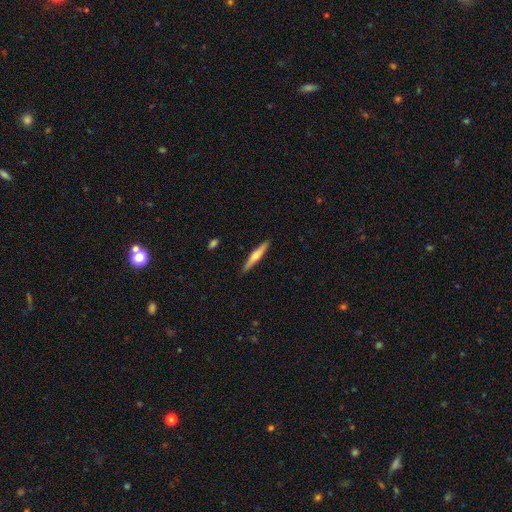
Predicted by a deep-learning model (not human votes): The model was most divided on "smooth or featured": featured or disk: 50%, smooth: 45%, star or artifact: 5%. More confident: merging — none (90%).